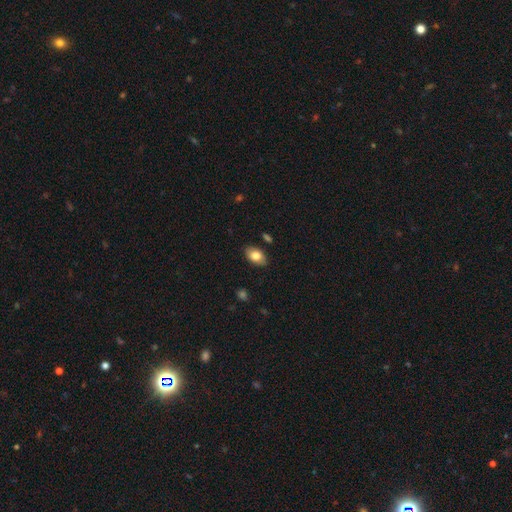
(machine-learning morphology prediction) This appears to be a smooth galaxy with no disk features (81%) that is in between round and cigar-shaped (91%). Merging: none (86%).